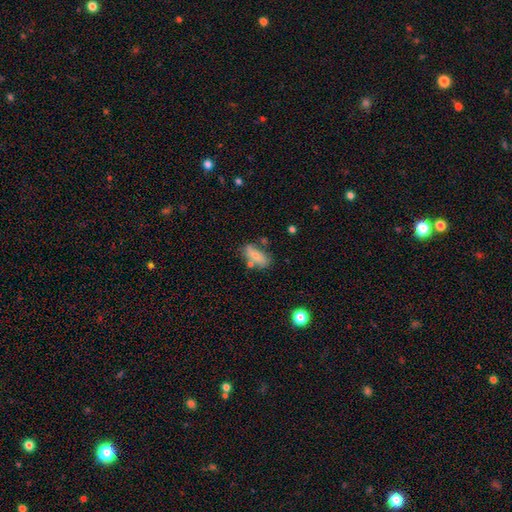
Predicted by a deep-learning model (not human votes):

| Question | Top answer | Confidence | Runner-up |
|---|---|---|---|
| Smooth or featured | smooth | 70% | featured or disk (22%) |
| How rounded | in between | 77% | cigar-shaped (18%) |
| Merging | none | 58% | minor disturbance (21%) |